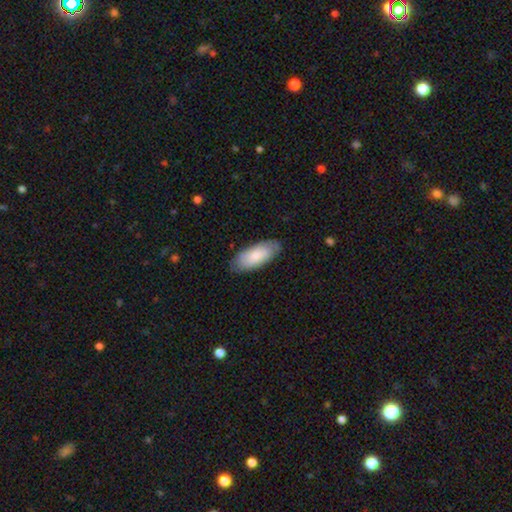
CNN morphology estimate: A smooth galaxy with no disk features (78%) that is in between round and cigar-shaped (86%).

Vote fractions:
- Smooth or featured? smooth: 78% / featured or disk: 17% / star or artifact: 5%
- How rounded? in between: 86% / cigar-shaped: 13% / round: 2%
- Merging? none: 81% / minor disturbance: 15% / major disturbance: 3% / merger: 1%